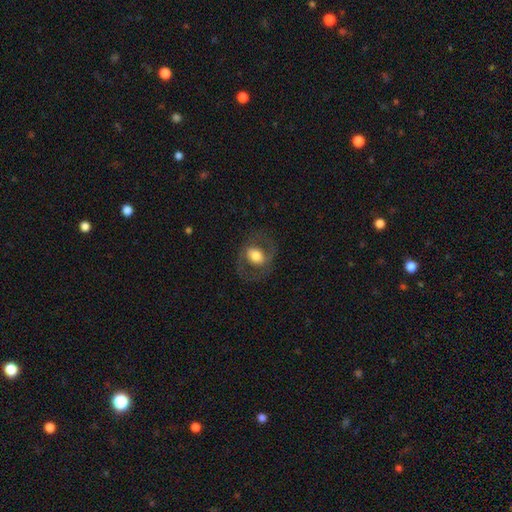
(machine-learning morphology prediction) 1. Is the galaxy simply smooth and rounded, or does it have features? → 47% smooth, 46% featured or disk, 7% star or artifact.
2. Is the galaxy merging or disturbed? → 72% none, 14% minor disturbance, 13% major disturbance, 1% merger.